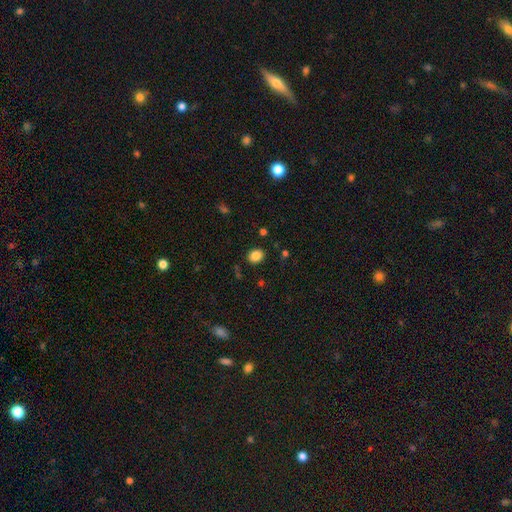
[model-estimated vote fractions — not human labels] Smooth or featured? Predicted: smooth (p=0.84). How rounded? Predicted: round (p=0.55). Merging? Predicted: none (p=0.88).